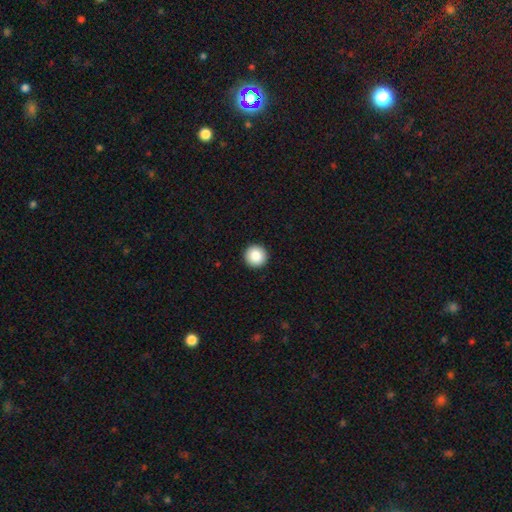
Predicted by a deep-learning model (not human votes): Morphology: type=smooth (86%); roundness=round (96%); merging=none (94%).